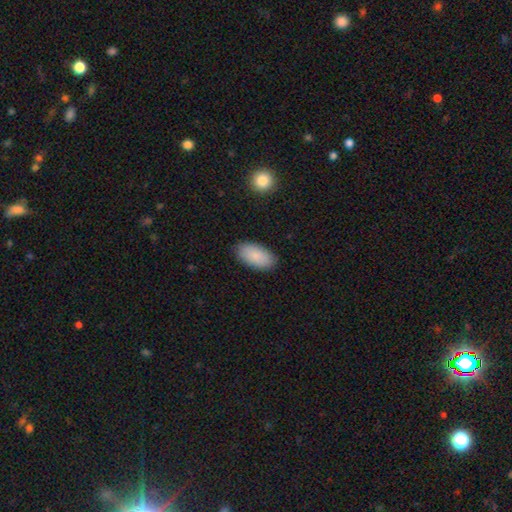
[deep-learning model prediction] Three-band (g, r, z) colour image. It shows a smooth galaxy with no disk features (87%) that is in between round and cigar-shaped (95%). Merging: none (88%).